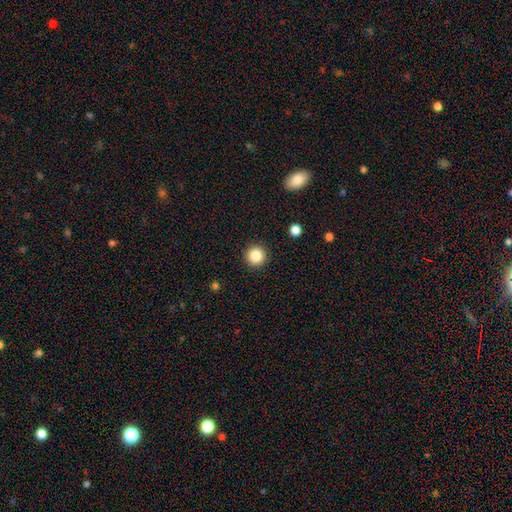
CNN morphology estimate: Smooth or featured? Predicted: smooth (p=0.85). How rounded? Predicted: round (p=0.96). Merging? Predicted: none (p=0.93).